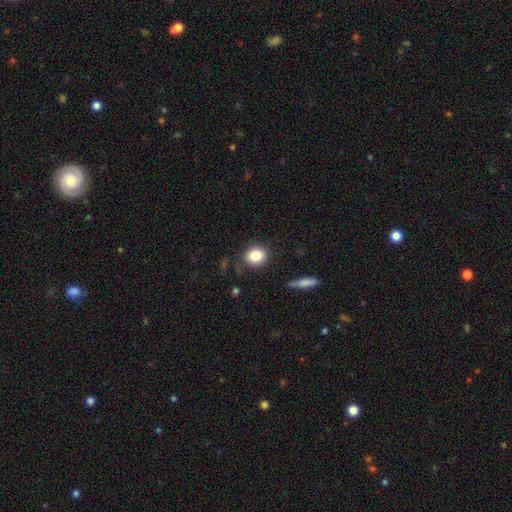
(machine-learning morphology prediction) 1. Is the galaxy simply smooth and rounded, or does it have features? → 84% smooth, 9% star or artifact, 7% featured or disk.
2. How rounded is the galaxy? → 70% round, 28% in between, 1% cigar-shaped.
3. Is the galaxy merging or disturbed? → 84% none, 11% minor disturbance, 3% major disturbance, 2% merger.